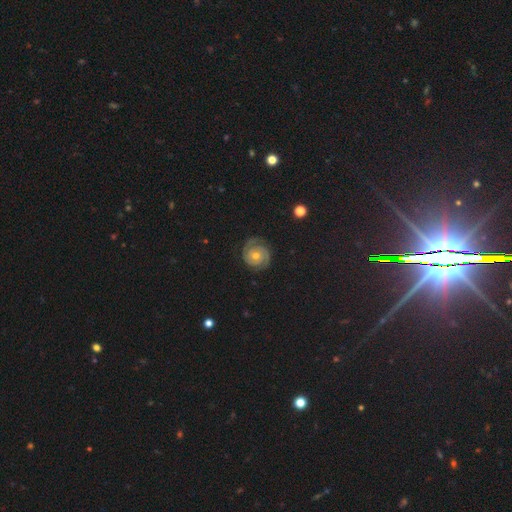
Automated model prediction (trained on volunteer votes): featured or disk 82%, smooth 9%, star or artifact 8%. Down the decision tree: edge-on disk — no (98%); bar — no (77%); spiral arms — yes (97%); spiral arm count — 2 (80%); spiral winding — tight (74%); bulge size — moderate (64%); merging — none (82%).